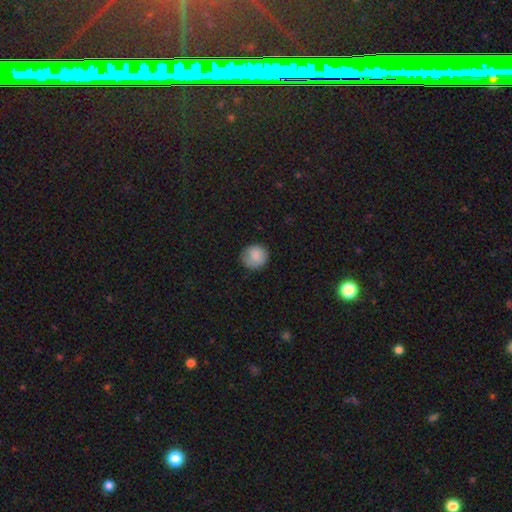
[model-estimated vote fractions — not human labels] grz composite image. It shows a smooth galaxy with no disk features (86%) that is round (88%). Merging: none (80%).